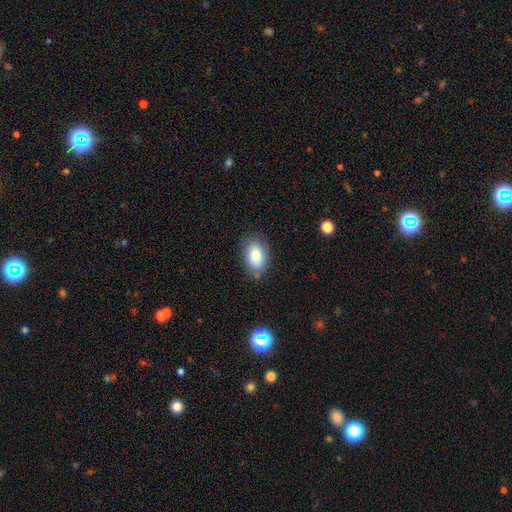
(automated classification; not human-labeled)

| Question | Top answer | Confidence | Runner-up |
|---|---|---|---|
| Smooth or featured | smooth | 84% | featured or disk (8%) |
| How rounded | in between | 90% | round (9%) |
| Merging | none | 75% | minor disturbance (18%) |